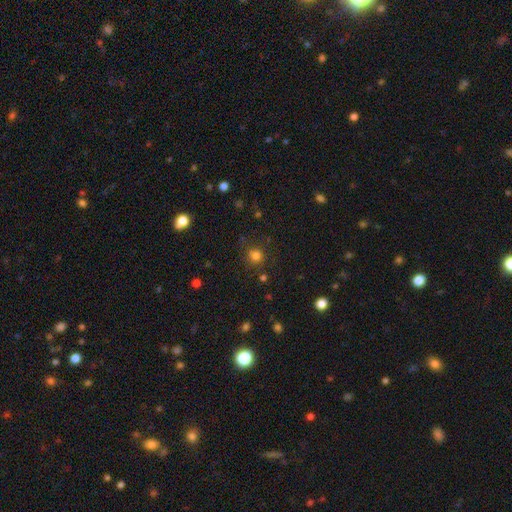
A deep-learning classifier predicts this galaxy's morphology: smooth_or_featured: smooth (p=0.76) [alt: star or artifact p=0.18]
how_rounded: round (p=0.83) [alt: in between p=0.16]
merging: none (p=0.75) [alt: minor disturbance p=0.14]